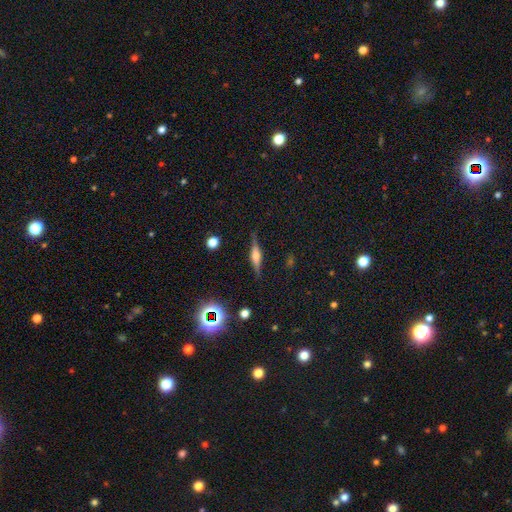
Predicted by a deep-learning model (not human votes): Smooth or featured? featured or disk (70%)
Edge-on disk? yes (97%)
Edge-on bulge? rounded (82%)
Merging? none (87%)